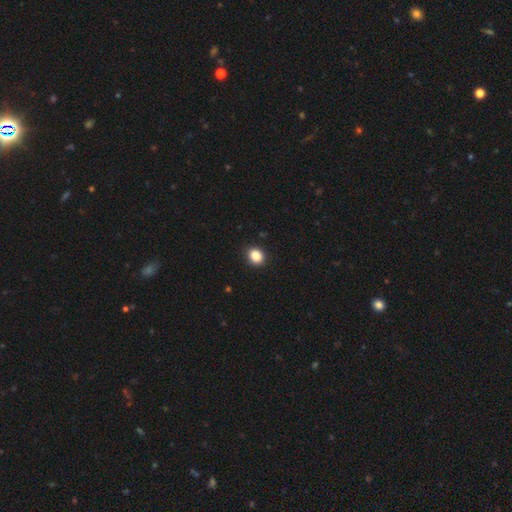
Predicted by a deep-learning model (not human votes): A smooth galaxy with no disk features (87%) that is round (59%). Merging: none (90%).